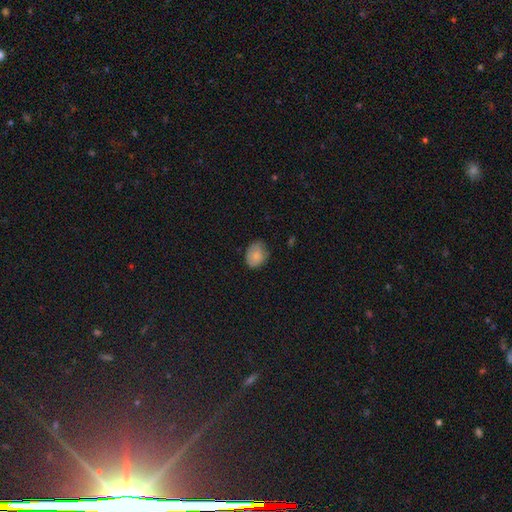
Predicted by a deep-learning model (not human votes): The model was most divided on "how rounded": in between: 61%, round: 38%, cigar-shaped: 1%. More confident: smooth or featured — smooth (80%); merging — none (66%).